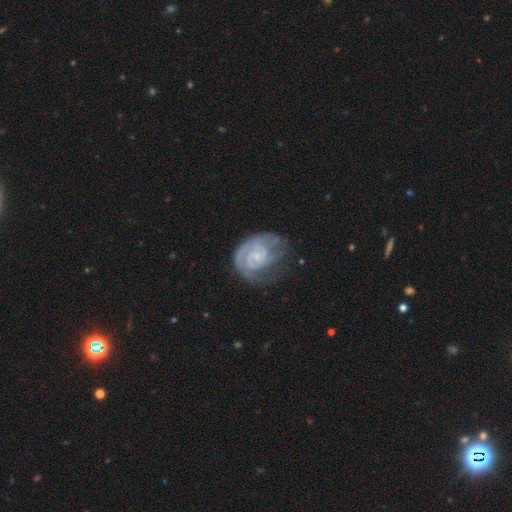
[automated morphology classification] A featured or disk galaxy (83%) with no bar (64%), 2 (42%) tight (62%) spiral arms (94%) and a small central bulge (66%). Merging: none (50%).